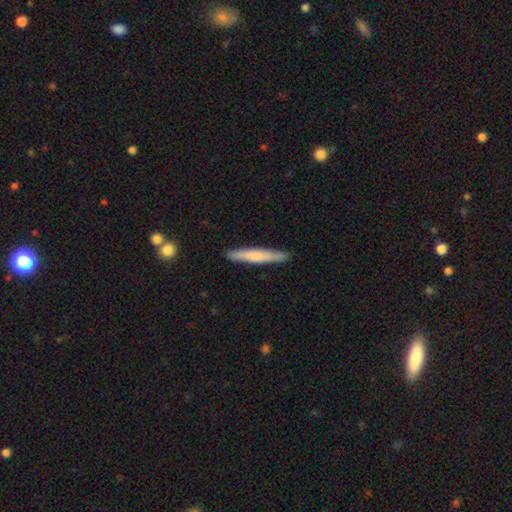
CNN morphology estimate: Q: Smooth or featured?
A: smooth (65%); runner-up: featured or disk (30%)
Q: How rounded?
A: cigar-shaped (95%); runner-up: in between (4%)
Q: Merging?
A: none (88%); runner-up: minor disturbance (9%)